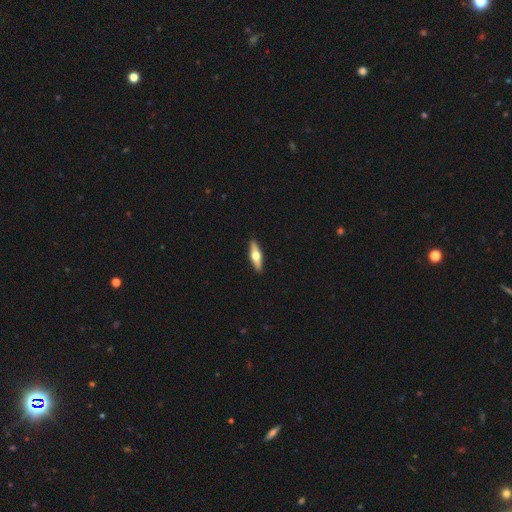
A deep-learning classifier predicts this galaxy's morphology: A featured or disk galaxy (56%) viewed edge-on (93%) with a rounded central bulge (96%).

Vote fractions:
- Smooth or featured? featured or disk: 56% / smooth: 38% / star or artifact: 5%
- Edge-on disk? yes: 93% / no: 7%
- Edge-on bulge? rounded: 96% / boxy: 3% / none: 2%
- Merging? none: 91% / minor disturbance: 6% / major disturbance: 1% / merger: 1%